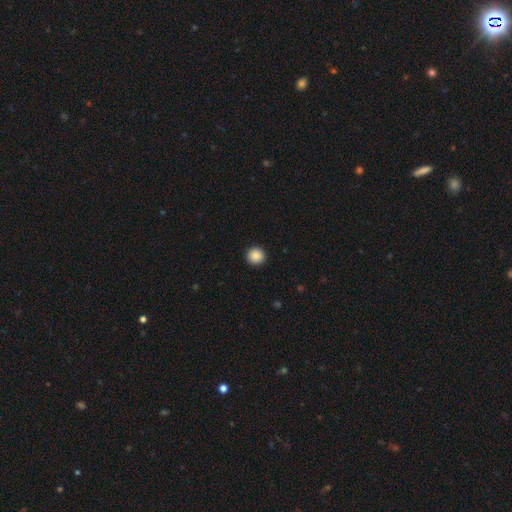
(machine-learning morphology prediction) Q: Smooth or featured?
A: smooth (89%); runner-up: star or artifact (9%)
Q: How rounded?
A: round (94%); runner-up: in between (5%)
Q: Merging?
A: none (93%); runner-up: minor disturbance (4%)